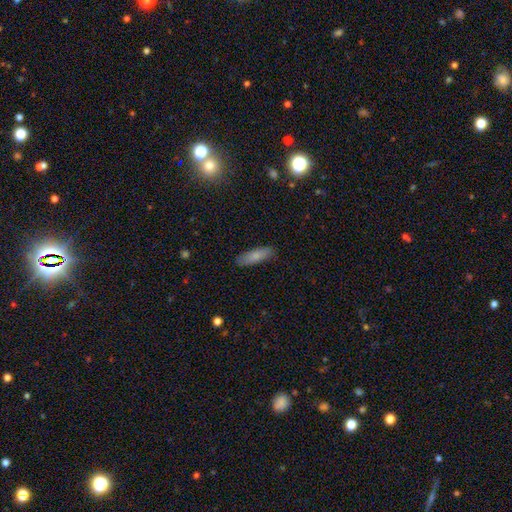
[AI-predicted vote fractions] Smooth or featured: smooth — 80% (featured or disk — 14%)
How rounded: cigar-shaped — 54% (in between — 44%)
Merging: none — 87% (minor disturbance — 10%)